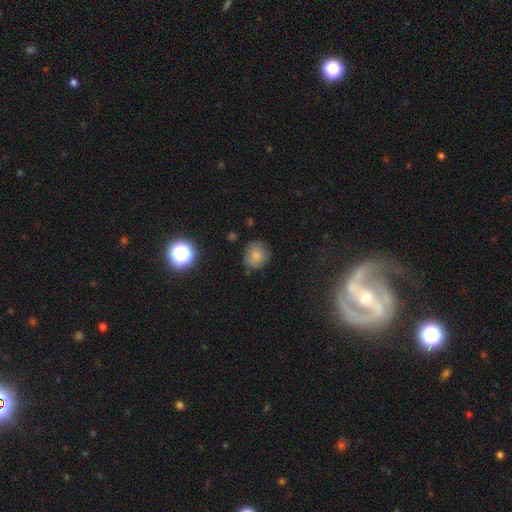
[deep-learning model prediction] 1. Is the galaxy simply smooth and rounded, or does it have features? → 79% smooth, 13% star or artifact, 8% featured or disk.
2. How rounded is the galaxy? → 85% round, 14% in between, 1% cigar-shaped.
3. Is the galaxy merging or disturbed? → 78% none, 17% minor disturbance, 4% major disturbance, 2% merger.